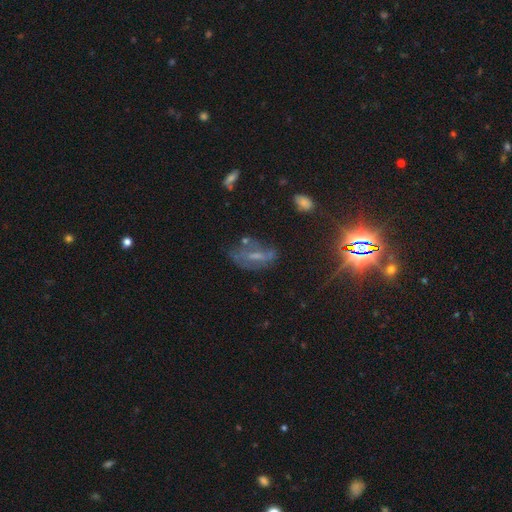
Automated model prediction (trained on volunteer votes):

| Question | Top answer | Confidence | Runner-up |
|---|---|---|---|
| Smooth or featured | featured or disk | 49% | star or artifact (29%) |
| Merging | none | 49% | minor disturbance (23%) |